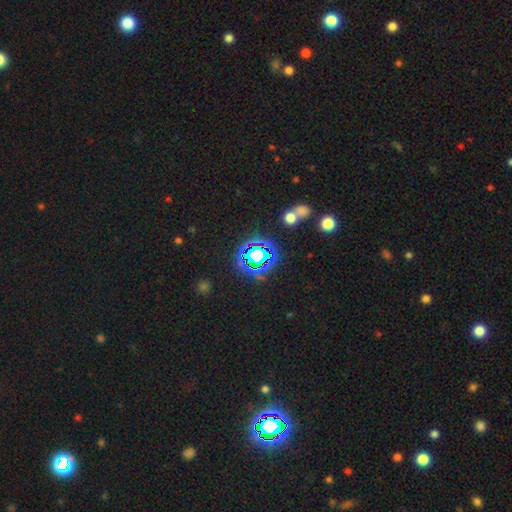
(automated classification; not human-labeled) This is likely a star or artifact rather than a galaxy (74%).